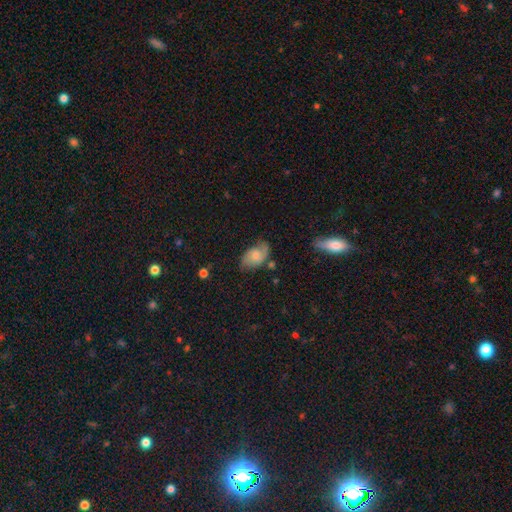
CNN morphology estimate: Smooth or featured? Predicted: smooth (p=0.49). Merging? Predicted: none (p=0.61).